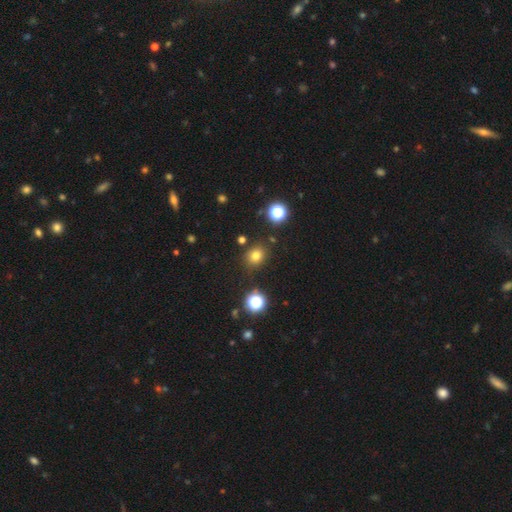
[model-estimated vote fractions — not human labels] smooth-or-featured: smooth: 75% | star or artifact: 19% | featured or disk: 7%
  how-rounded: round: 67% | in between: 32% | cigar-shaped: 1%
  merging: none: 84% | minor disturbance: 10% | merger: 4% | major disturbance: 3%